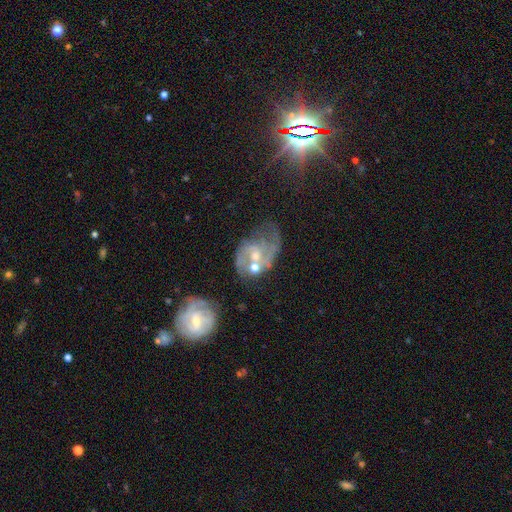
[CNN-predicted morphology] Smooth or featured: featured or disk — 72% (smooth — 16%)
Edge-on disk: no — 97% (yes — 3%)
Bar: no — 54% (weak — 38%)
Spiral arms: yes — 82% (no — 18%)
Spiral winding: medium — 43% (loose — 32%)
Spiral arm count: 2 — 50% (can't tell — 24%)
Bulge size: small — 46% (moderate — 44%)
Merging: none — 31% (merger — 27%)